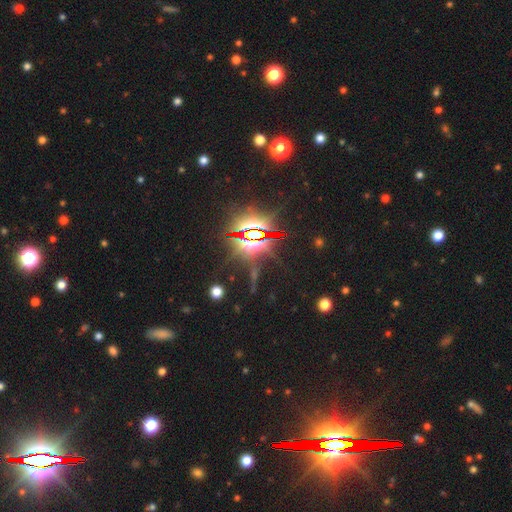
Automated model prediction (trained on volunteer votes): A star or artifact, not a galaxy (84%).

Vote fractions:
- Smooth or featured? star or artifact: 84% / smooth: 9% / featured or disk: 8%